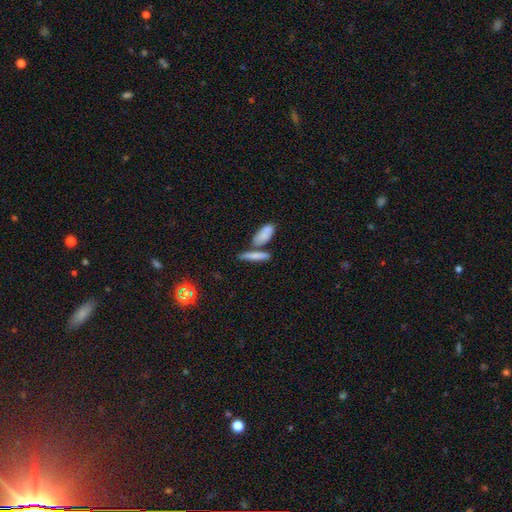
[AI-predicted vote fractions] Smooth or featured: smooth — 71% (featured or disk — 21%)
How rounded: cigar-shaped — 71% (in between — 25%)
Merging: none — 58% (merger — 27%)